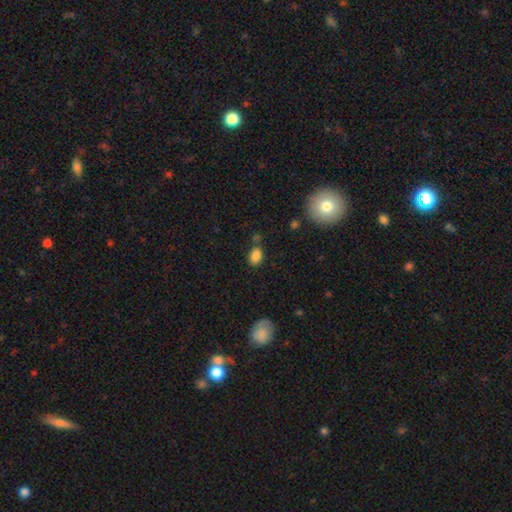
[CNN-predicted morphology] This is clearly a smooth galaxy (84%). How rounded: clearly in between (83%). Merging: likely none (68%).